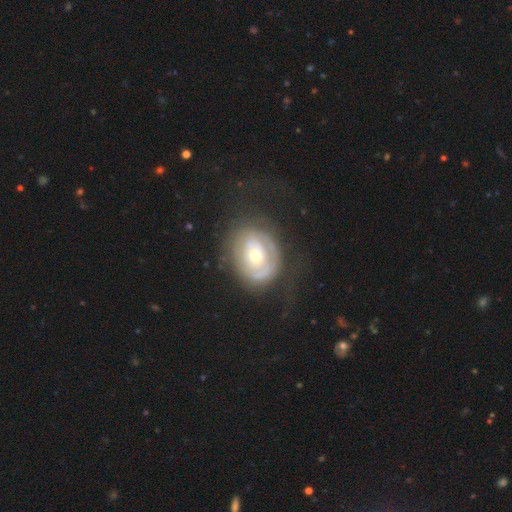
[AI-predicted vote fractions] This is likely a featured or disk galaxy (68%). It is clearly not viewed edge-on (96%). Bar: clearly no (80%). Spiral arm pattern: possibly yes (52%). Central bulge: possibly moderate (56%). Merging: possibly none (57%).